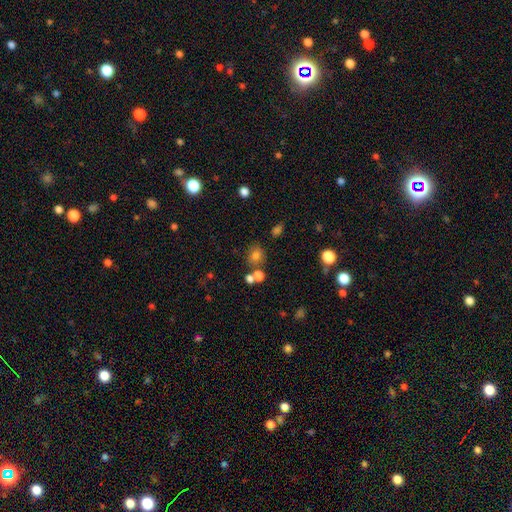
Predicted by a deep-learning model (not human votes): The model was most divided on "how rounded": round: 69%, in between: 29%, cigar-shaped: 1%. More confident: smooth or featured — smooth (75%); merging — none (69%).